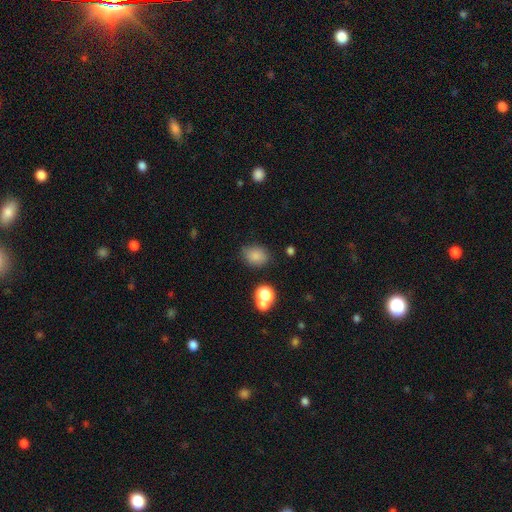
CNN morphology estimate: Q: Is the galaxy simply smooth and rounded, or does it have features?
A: smooth — 81%.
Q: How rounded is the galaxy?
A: in between — 58%.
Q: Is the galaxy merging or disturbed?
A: none — 70%.